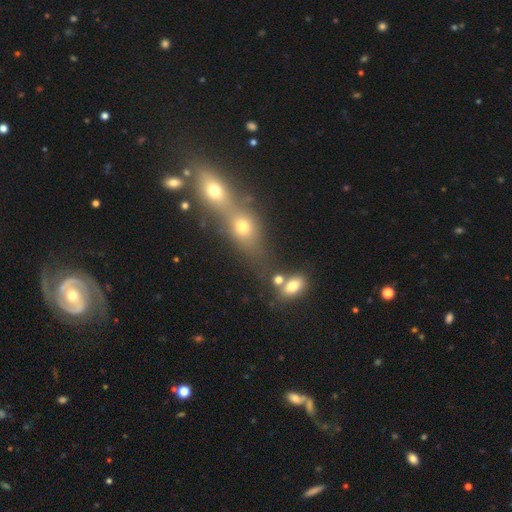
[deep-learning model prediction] Smooth or featured: smooth — 42% (featured or disk — 29%)
Merging: merger — 54% (none — 33%)